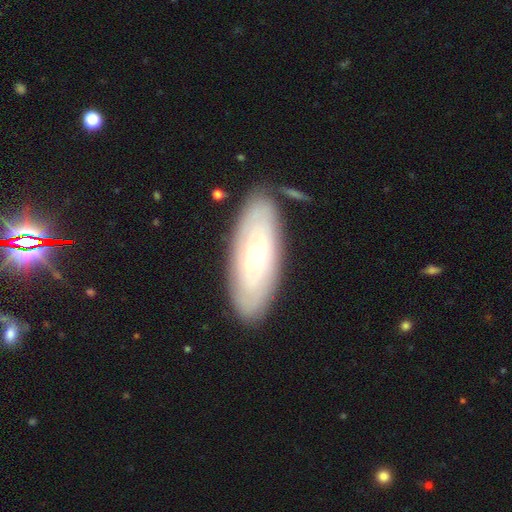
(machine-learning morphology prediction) A featured or disk galaxy (62%) with no bar (54%), spiral arms (64%) and a moderate central bulge (58%).

Vote fractions:
- Smooth or featured? featured or disk: 62% / smooth: 32% / star or artifact: 6%
- Edge-on disk? no: 83% / yes: 17%
- Bar? no: 54% / weak: 35% / strong: 11%
- Spiral arms? yes: 64% / no: 36%
- Bulge size? moderate: 58% / small: 35% / large: 5% / dominant: 1% / none: 1%
- Merging? none: 81% / minor disturbance: 12% / merger: 4% / major disturbance: 3%